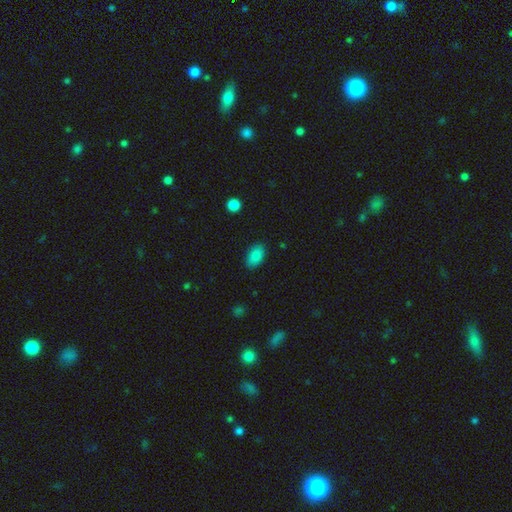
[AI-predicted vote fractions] A smooth galaxy with no disk features (87%) that is in between round and cigar-shaped (91%).

Vote fractions:
- Smooth or featured? smooth: 87% / star or artifact: 8% / featured or disk: 5%
- How rounded? in between: 91% / round: 7% / cigar-shaped: 2%
- Merging? none: 86% / minor disturbance: 10% / major disturbance: 3% / merger: 1%